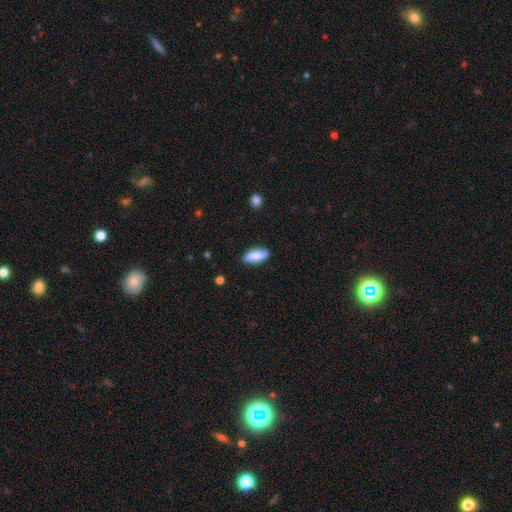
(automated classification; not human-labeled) Smooth or featured? Predicted: smooth (p=0.75). How rounded? Predicted: in between (p=0.80). Merging? Predicted: none (p=0.85).